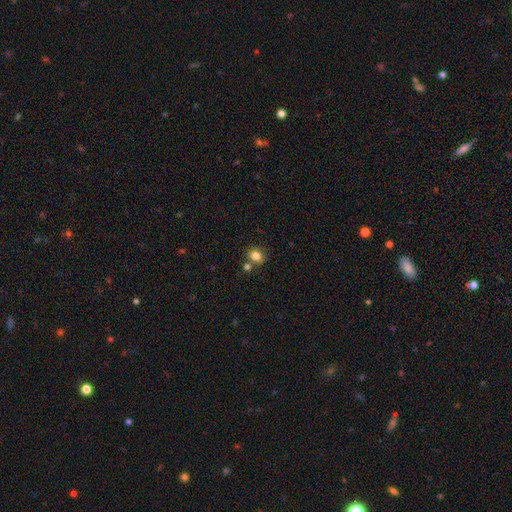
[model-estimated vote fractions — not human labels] Smooth or featured?
  - smooth: 83% *
  - star or artifact: 11%
  - featured or disk: 6%
How rounded?
  - round: 64% *
  - in between: 35%
  - cigar-shaped: 1%
Merging?
  - none: 69% *
  - merger: 17%
  - minor disturbance: 11%
  - major disturbance: 3%